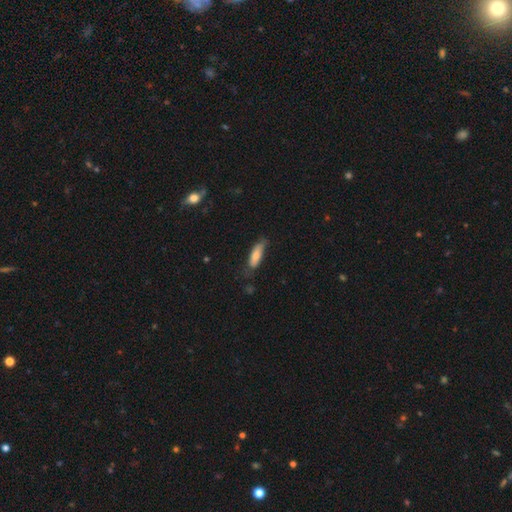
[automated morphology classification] Q: Smooth or featured?
A: smooth (77%); runner-up: featured or disk (17%)
Q: How rounded?
A: cigar-shaped (50%); runner-up: in between (48%)
Q: Merging?
A: none (62%); runner-up: minor disturbance (28%)